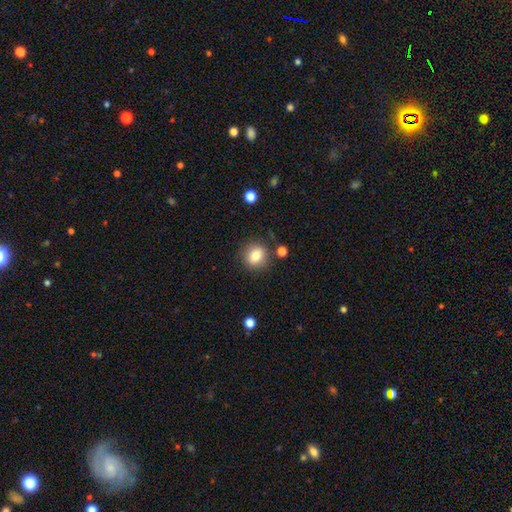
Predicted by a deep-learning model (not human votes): Q: Smooth or featured?
A: smooth (81%); runner-up: star or artifact (10%)
Q: How rounded?
A: round (78%); runner-up: in between (21%)
Q: Merging?
A: none (83%); runner-up: minor disturbance (10%)